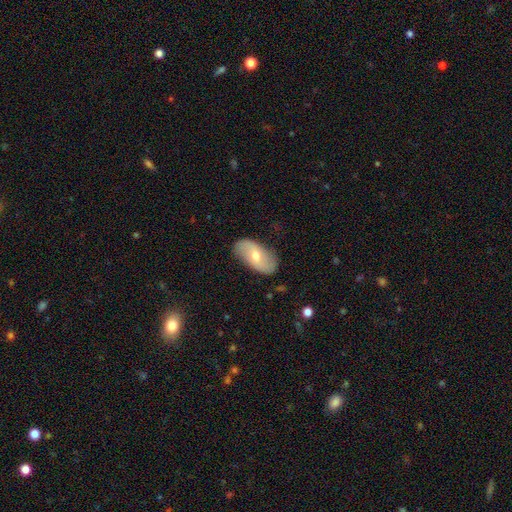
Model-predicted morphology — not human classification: Q: Smooth or featured?
A: featured or disk (50%); runner-up: smooth (43%)
Q: Edge-on disk?
A: no (90%); runner-up: yes (10%)
Q: Merging?
A: none (82%); runner-up: minor disturbance (13%)